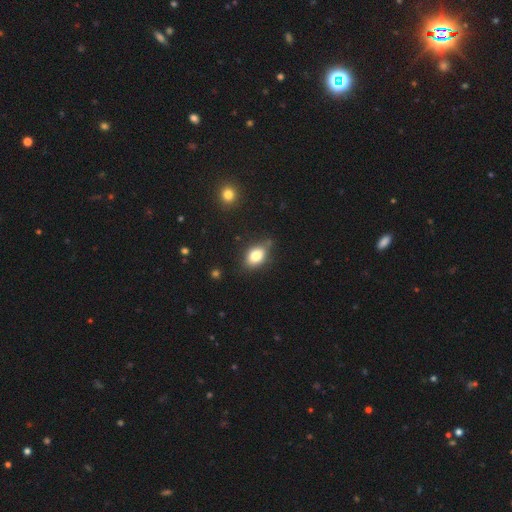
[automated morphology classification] This appears to be a smooth galaxy with no disk features (79%) that is in between round and cigar-shaped (82%). Merging: none (70%).